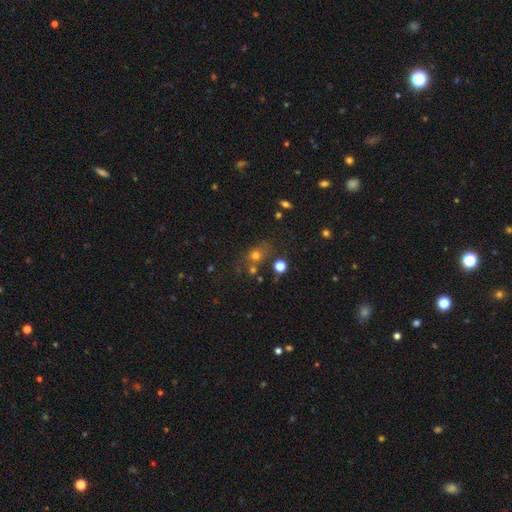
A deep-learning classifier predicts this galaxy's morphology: smooth-or-featured: smooth: 68% | star or artifact: 20% | featured or disk: 12%
  how-rounded: round: 64% | in between: 34% | cigar-shaped: 2%
  merging: none: 55% | merger: 21% | minor disturbance: 16% | major disturbance: 9%